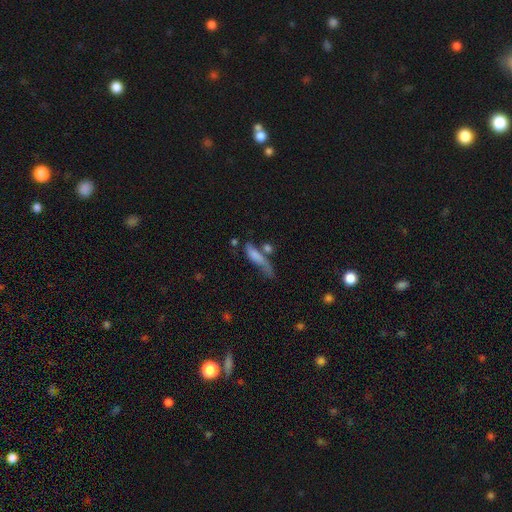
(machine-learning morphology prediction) smooth 66%, featured or disk 25%, star or artifact 10%. Down the decision tree: how rounded — cigar-shaped (66%); merging — none (31%).